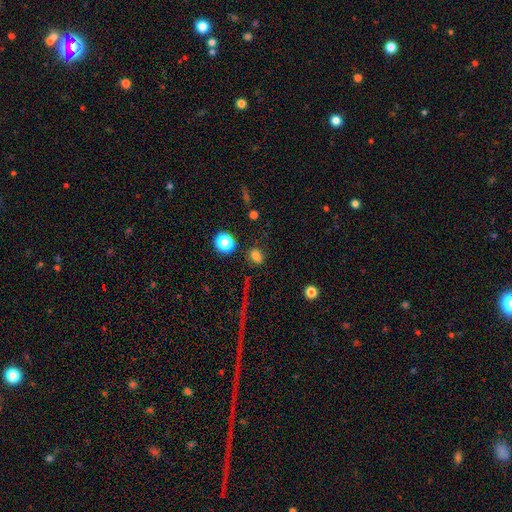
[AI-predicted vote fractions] Smooth or featured: smooth — 76% (star or artifact — 18%)
How rounded: round — 56% (in between — 42%)
Merging: none — 79% (minor disturbance — 12%)